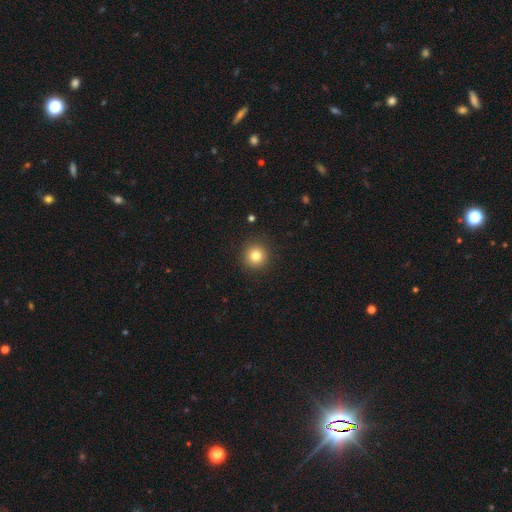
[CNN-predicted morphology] type=smooth (82%); roundness=round (95%); merging=none (92%).